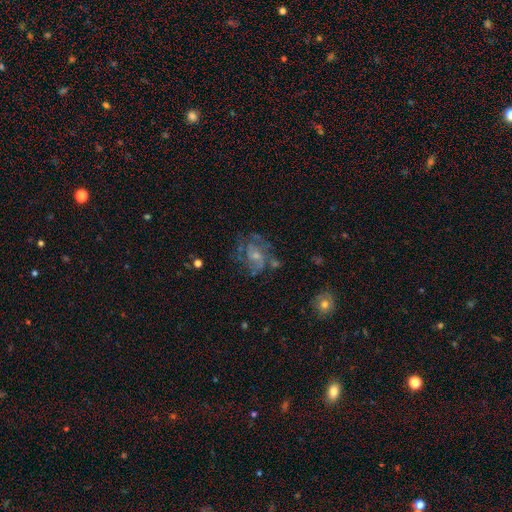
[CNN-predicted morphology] Smooth or featured?
  - featured or disk: 72% *
  - star or artifact: 14%
  - smooth: 13%
Edge-on disk?
  - no: 97% *
  - yes: 3%
Bar?
  - no: 57% *
  - weak: 35%
  - strong: 7%
Spiral arms?
  - yes: 87% *
  - no: 13%
Spiral winding?
  - medium: 46% *
  - tight: 38%
  - loose: 15%
Spiral arm count?
  - 2: 36% *
  - can't tell: 30%
  - 3: 19%
  - 4: 6%
  - 1: 5%
  - more than 4: 5%
Bulge size?
  - small: 54% *
  - moderate: 36%
  - none: 6%
  - large: 3%
  - dominant: 1%
Merging?
  - none: 66% *
  - minor disturbance: 17%
  - major disturbance: 13%
  - merger: 4%